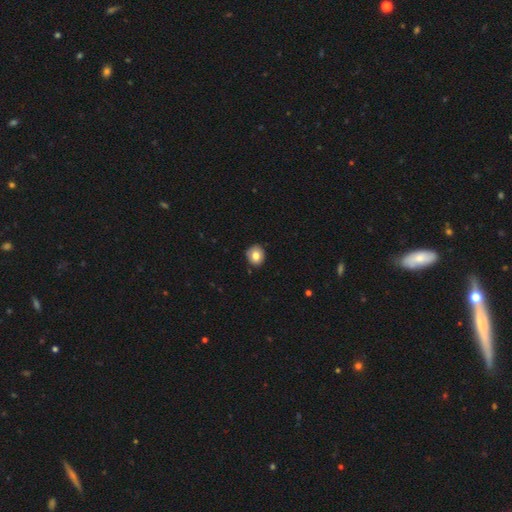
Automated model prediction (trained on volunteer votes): smooth 80%, featured or disk 11%, star or artifact 9%. Down the decision tree: how rounded — round (77%); merging — none (87%).